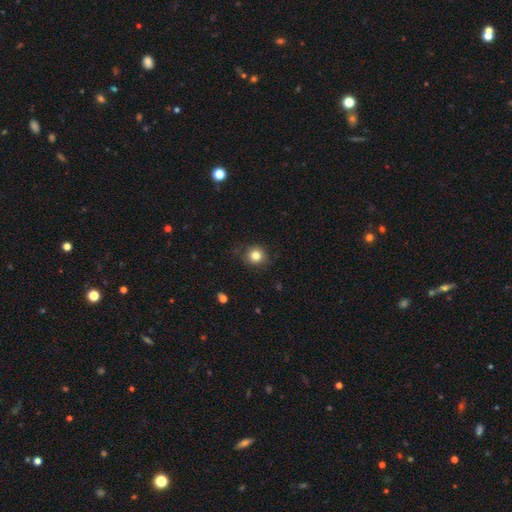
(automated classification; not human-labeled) The model was most divided on "smooth or featured": smooth: 82%, star or artifact: 11%, featured or disk: 6%. More confident: how rounded — round (89%); merging — none (84%).